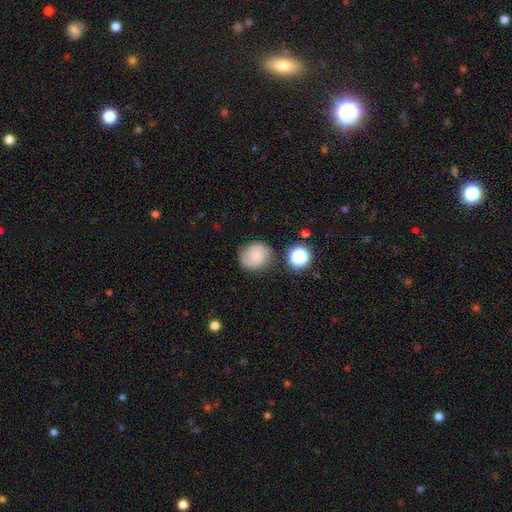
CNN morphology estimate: Q: Smooth or featured?
A: featured or disk (46%); runner-up: smooth (43%)
Q: Merging?
A: none (78%); runner-up: minor disturbance (14%)